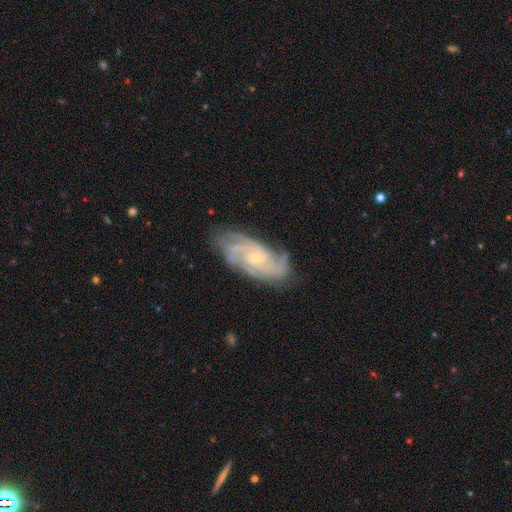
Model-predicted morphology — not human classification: featured or disk 83%, smooth 10%, star or artifact 7%. Down the decision tree: edge-on disk — no (94%); bar — no (67%); spiral arms — yes (97%); spiral arm count — 3 (30%); spiral winding — tight (54%); bulge size — small (69%); merging — none (77%).